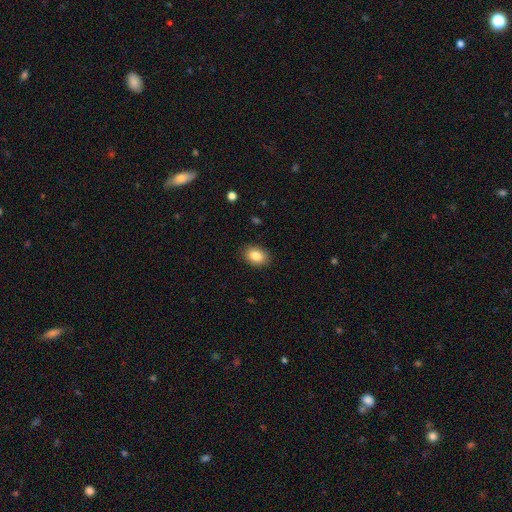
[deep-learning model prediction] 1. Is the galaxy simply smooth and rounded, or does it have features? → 85% smooth, 8% star or artifact, 6% featured or disk.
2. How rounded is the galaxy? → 78% in between, 21% round, 1% cigar-shaped.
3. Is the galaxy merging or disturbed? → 89% none, 8% minor disturbance, 2% major disturbance, 1% merger.